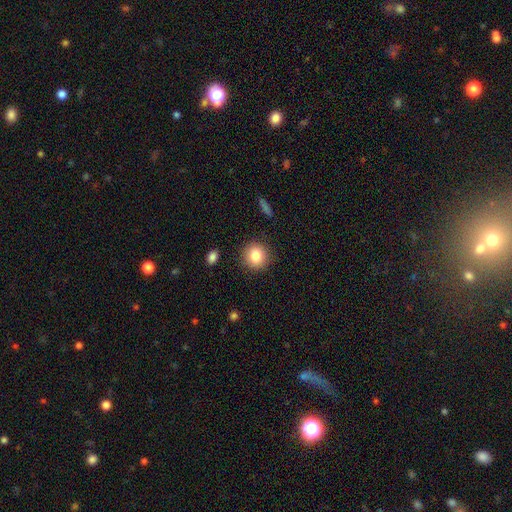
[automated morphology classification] Q: Smooth or featured?
A: smooth (83%); runner-up: star or artifact (9%)
Q: How rounded?
A: round (90%); runner-up: in between (9%)
Q: Merging?
A: none (88%); runner-up: minor disturbance (8%)